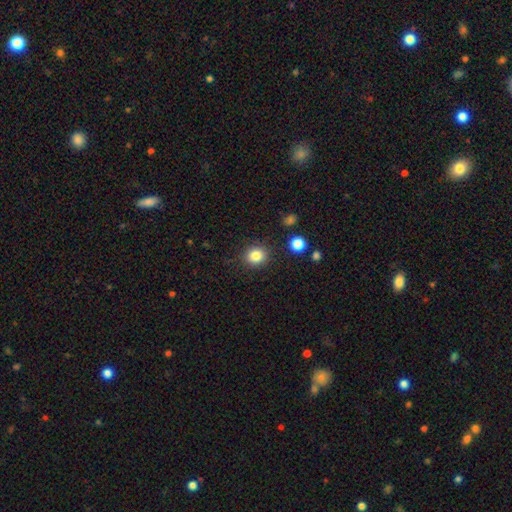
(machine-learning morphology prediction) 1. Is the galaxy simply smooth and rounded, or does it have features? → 84% smooth, 11% star or artifact, 5% featured or disk.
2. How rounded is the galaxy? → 81% round, 18% in between, 1% cigar-shaped.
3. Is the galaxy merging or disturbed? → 87% none, 8% minor disturbance, 3% major disturbance, 2% merger.